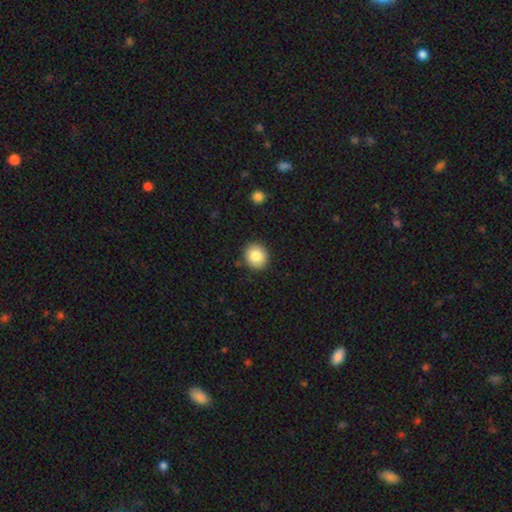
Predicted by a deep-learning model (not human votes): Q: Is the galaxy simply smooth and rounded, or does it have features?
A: smooth — 82%.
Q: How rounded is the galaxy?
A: round — 77%.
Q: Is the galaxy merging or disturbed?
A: none — 89%.